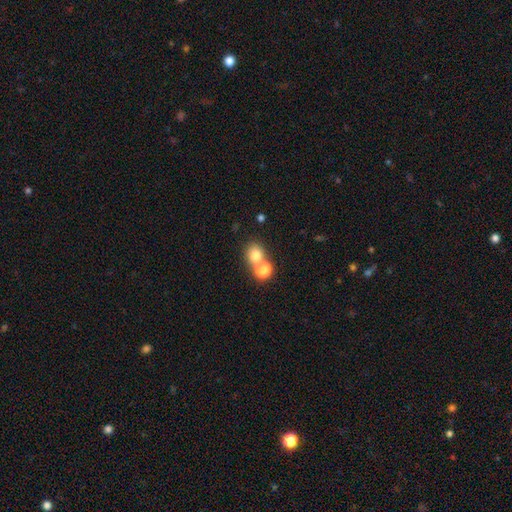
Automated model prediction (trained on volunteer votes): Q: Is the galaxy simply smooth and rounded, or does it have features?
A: smooth — 76%.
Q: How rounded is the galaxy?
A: round — 75%.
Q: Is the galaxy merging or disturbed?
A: none — 48%.